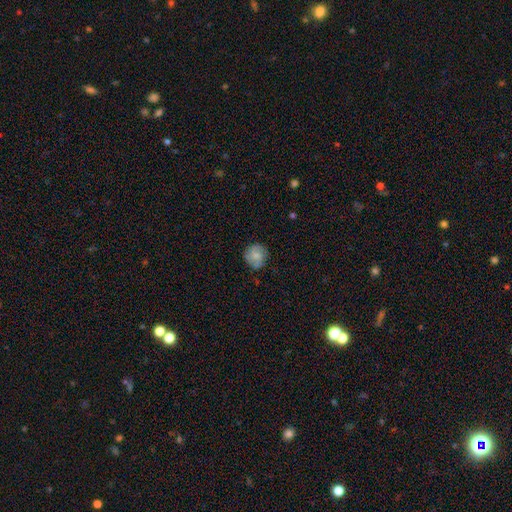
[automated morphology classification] This appears to be a smooth galaxy with no disk features (68%) that is round (86%). Merging: none (75%).